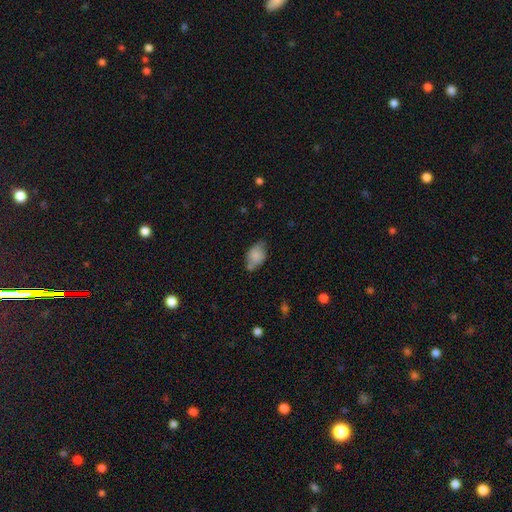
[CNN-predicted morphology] A smooth galaxy with no disk features (77%) that is in between round and cigar-shaped (84%).

Vote fractions:
- Smooth or featured? smooth: 77% / featured or disk: 14% / star or artifact: 8%
- How rounded? in between: 84% / round: 14% / cigar-shaped: 2%
- Merging? none: 53% / minor disturbance: 32% / merger: 8% / major disturbance: 7%